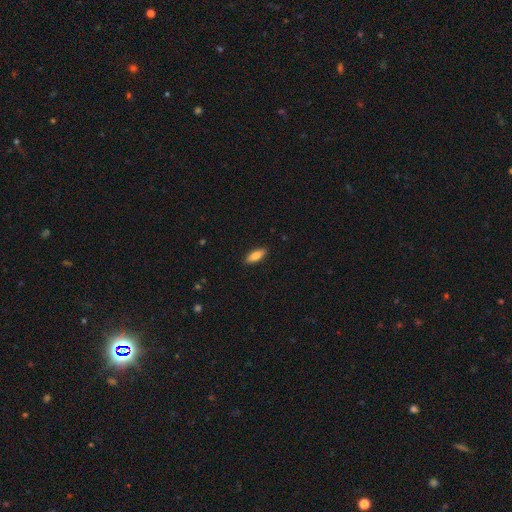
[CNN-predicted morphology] This appears to be a smooth galaxy with no disk features (80%) that is in between round and cigar-shaped (73%). Merging: none (90%).